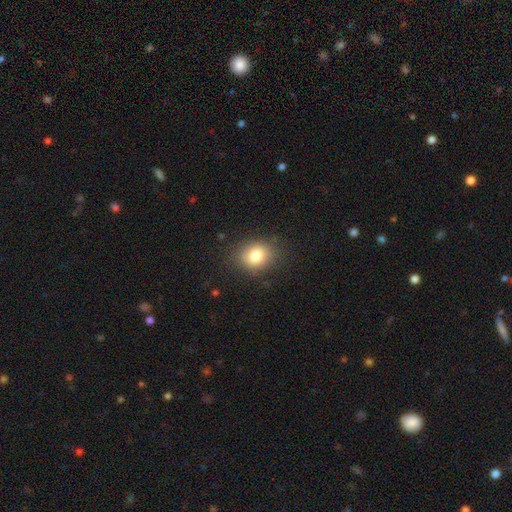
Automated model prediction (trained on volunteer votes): Smooth or featured: smooth — 80% (star or artifact — 11%)
How rounded: round — 56% (in between — 43%)
Merging: none — 82% (minor disturbance — 13%)